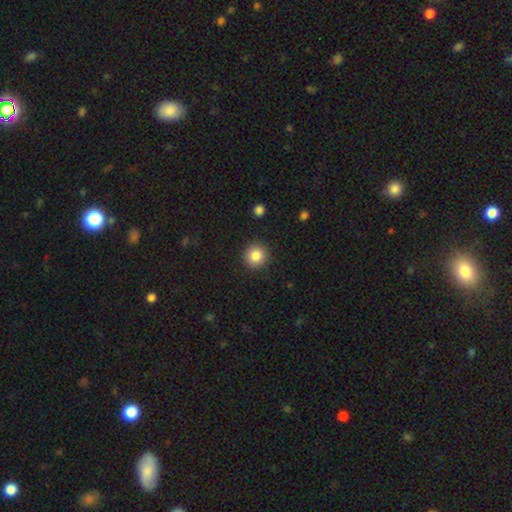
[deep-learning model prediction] Morphology: type=smooth (85%); roundness=round (93%); merging=none (91%).